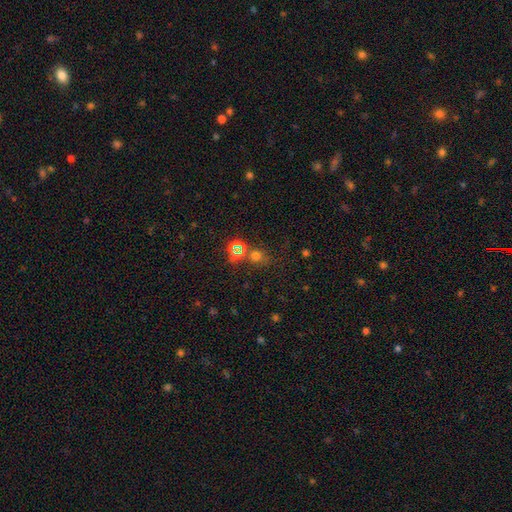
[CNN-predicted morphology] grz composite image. It shows a smooth galaxy with no disk features (52%) that is round (80%). Merging: none (67%).